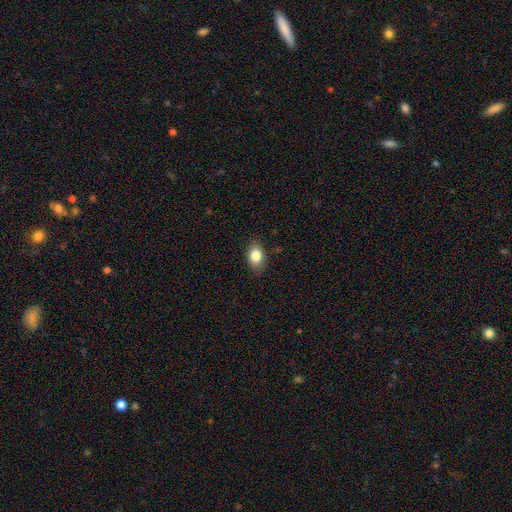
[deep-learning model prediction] The model was most divided on "how rounded": in between: 82%, round: 17%, cigar-shaped: 2%. More confident: smooth or featured — smooth (84%); merging — none (83%).